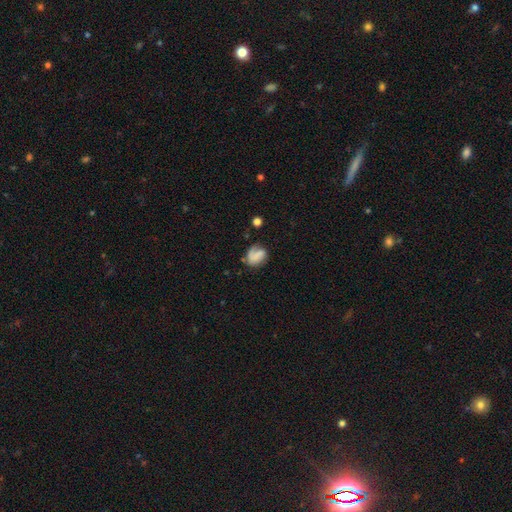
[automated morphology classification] Smooth or featured?
  - smooth: 57% *
  - featured or disk: 33%
  - star or artifact: 10%
How rounded?
  - in between: 57% *
  - round: 41%
  - cigar-shaped: 1%
Merging?
  - none: 46% *
  - minor disturbance: 28%
  - major disturbance: 21%
  - merger: 6%